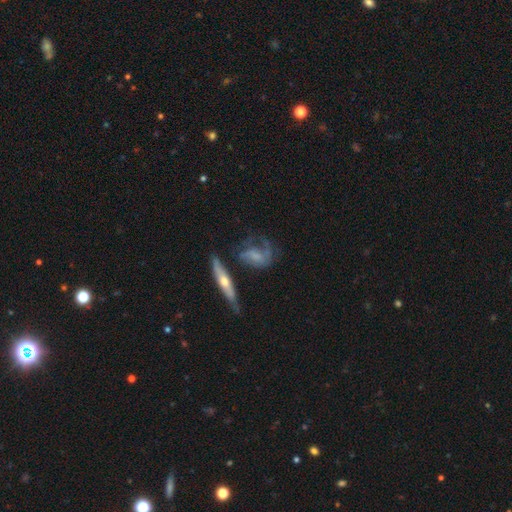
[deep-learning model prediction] Overall: featured or disk (65%; smooth 27%). Edge-on disk: no (86%). Bar: no (61%; weak 29%). Spiral arms: yes (77%). Bulge size: none (34%; small 31%). Merging: none (43%; major disturbance 26%).